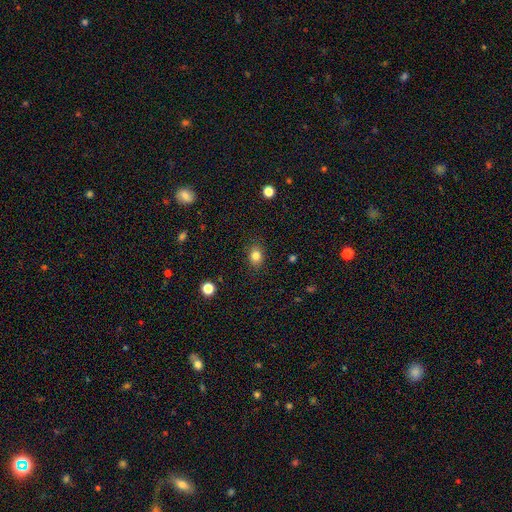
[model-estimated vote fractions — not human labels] smooth_or_featured: smooth (p=0.83) [alt: star or artifact p=0.11]
how_rounded: in between (p=0.56) [alt: round p=0.43]
merging: none (p=0.87) [alt: minor disturbance p=0.10]